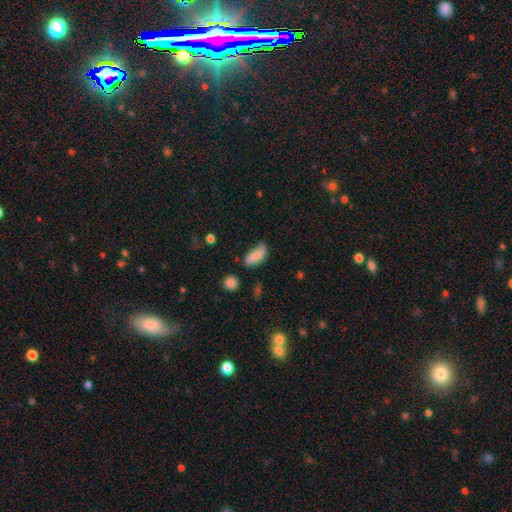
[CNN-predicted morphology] type=smooth (79%); roundness=in between (87%); merging=none (59%).